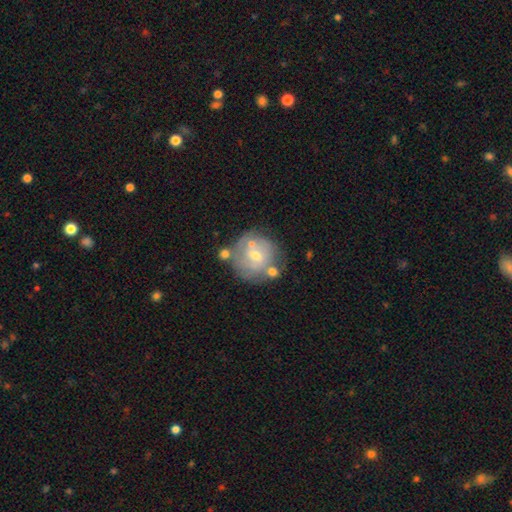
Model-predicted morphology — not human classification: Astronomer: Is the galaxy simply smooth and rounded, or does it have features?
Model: featured or disk — 56% (runner-up: smooth, 36%).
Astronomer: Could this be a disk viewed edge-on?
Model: no — 97%.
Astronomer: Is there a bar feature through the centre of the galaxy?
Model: no — 64%.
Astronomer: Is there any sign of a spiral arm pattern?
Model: yes — 56% (runner-up: no, 44%).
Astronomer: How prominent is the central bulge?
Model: small — 48% (runner-up: moderate, 47%).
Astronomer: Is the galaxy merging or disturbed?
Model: none — 57%.